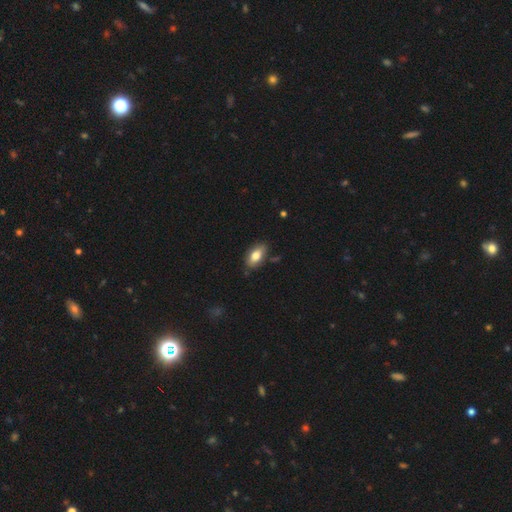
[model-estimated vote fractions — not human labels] This appears to be a smooth galaxy with no disk features (78%) that is in between round and cigar-shaped (91%). Merging: none (81%).